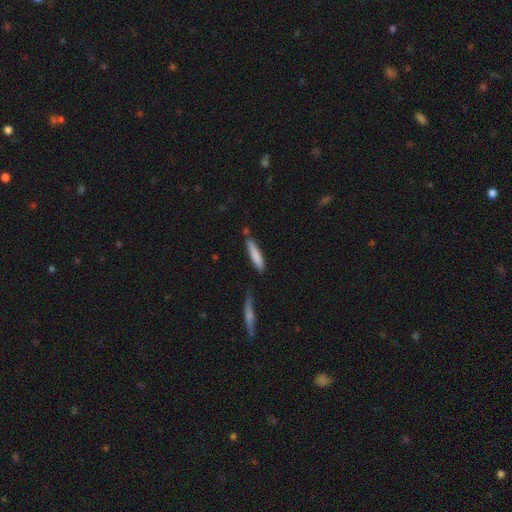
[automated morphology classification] Smooth or featured? Predicted: smooth (p=0.80). How rounded? Predicted: cigar-shaped (p=0.87). Merging? Predicted: none (p=0.74).